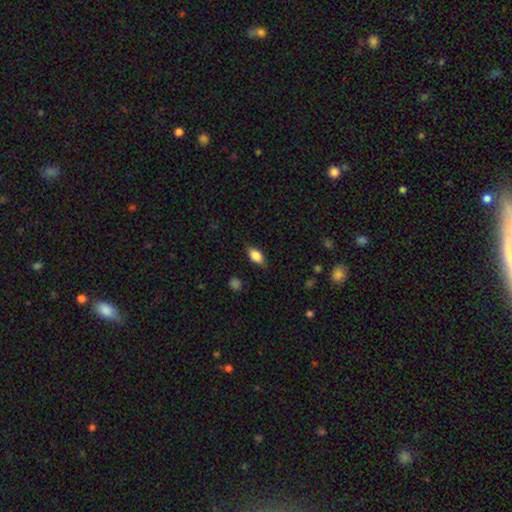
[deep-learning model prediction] smooth_or_featured: smooth (p=0.81) [alt: featured or disk p=0.11]
how_rounded: in between (p=0.86) [alt: round p=0.07]
merging: none (p=0.80) [alt: minor disturbance p=0.16]